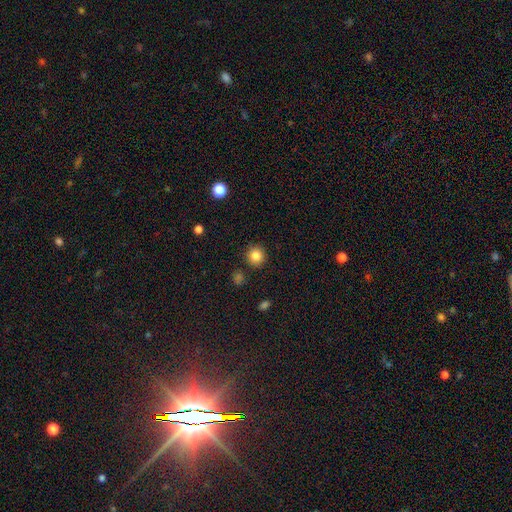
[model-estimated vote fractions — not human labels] Morphology: type=smooth (85%); roundness=round (91%); merging=none (90%).